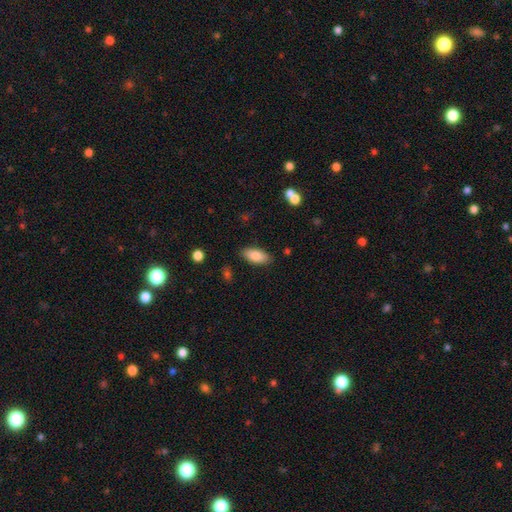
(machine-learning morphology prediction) Smooth or featured? Predicted: smooth (p=0.84). How rounded? Predicted: in between (p=0.89). Merging? Predicted: none (p=0.85).